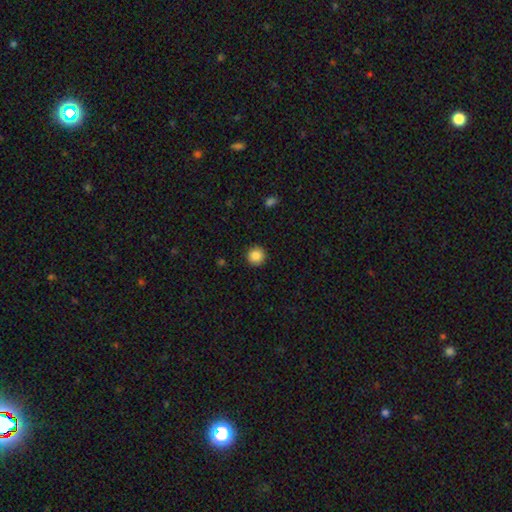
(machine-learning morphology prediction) Smooth or featured? Predicted: smooth (p=0.87). How rounded? Predicted: round (p=0.95). Merging? Predicted: none (p=0.93).